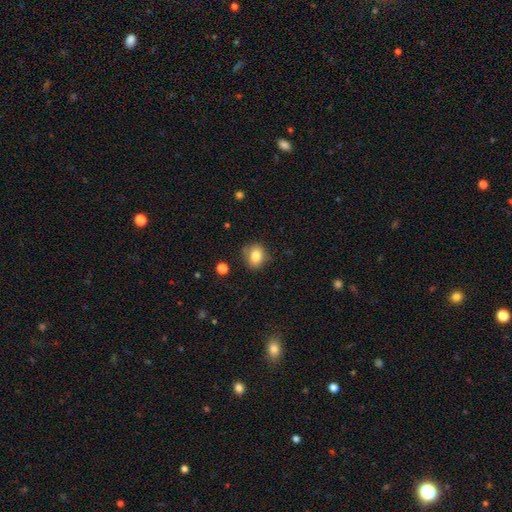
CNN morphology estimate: This appears to be a smooth galaxy with no disk features (82%) that is round (58%). Merging: none (79%).